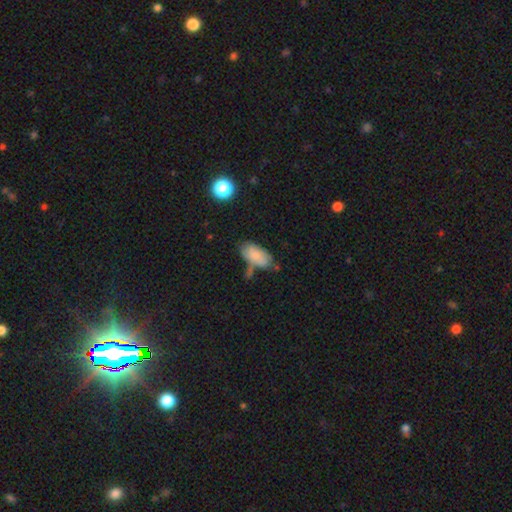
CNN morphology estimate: This appears to be a smooth galaxy with no disk features (78%) that is in between round and cigar-shaped (93%). Merging: none (49%).